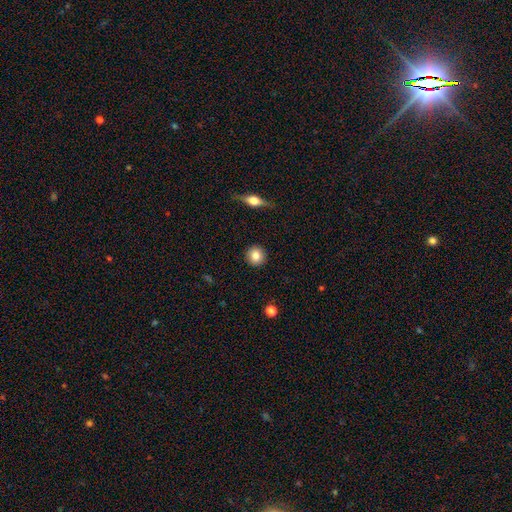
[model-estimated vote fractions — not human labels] A smooth galaxy with no disk features (82%) that is round (93%). Merging: none (92%).